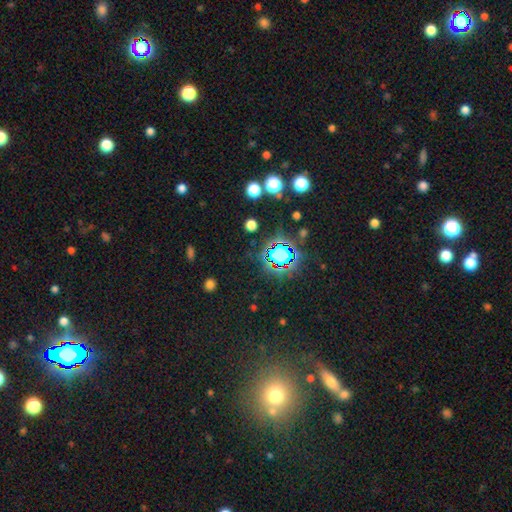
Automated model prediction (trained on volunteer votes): Smooth or featured: star or artifact — 74% (smooth — 16%)